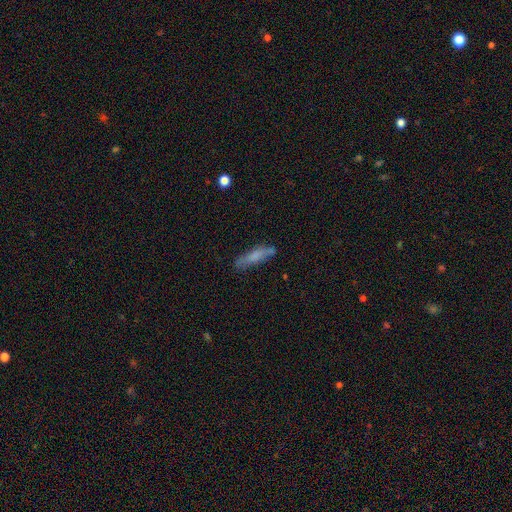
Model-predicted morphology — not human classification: A smooth galaxy with no disk features (63%) that is cigar-shaped (81%). Merging: none (71%).